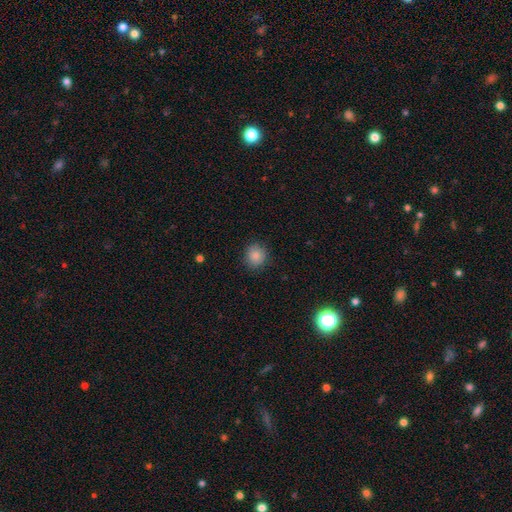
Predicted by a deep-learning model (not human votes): This is clearly a smooth galaxy (85%). How rounded: clearly round (88%). Merging: clearly none (87%).